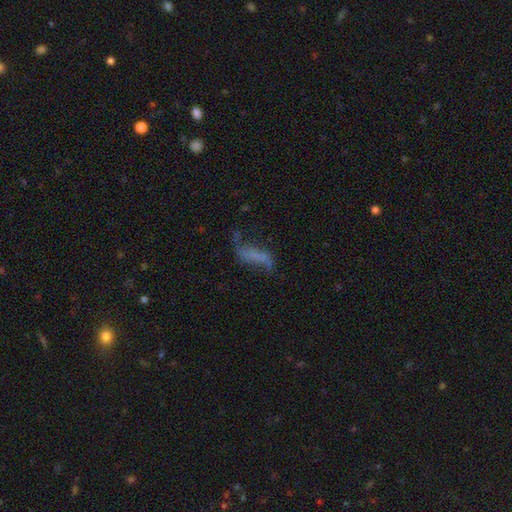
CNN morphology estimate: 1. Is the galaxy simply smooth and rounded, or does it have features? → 51% featured or disk, 33% smooth, 16% star or artifact.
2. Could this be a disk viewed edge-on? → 85% no, 15% yes.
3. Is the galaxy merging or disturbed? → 45% none, 26% major disturbance, 22% minor disturbance, 6% merger.